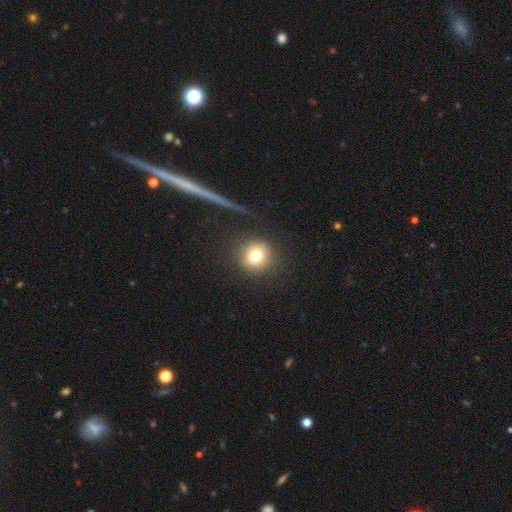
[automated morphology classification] Q: Smooth or featured?
A: smooth (74%); runner-up: star or artifact (13%)
Q: How rounded?
A: round (92%); runner-up: in between (6%)
Q: Merging?
A: none (86%); runner-up: minor disturbance (8%)